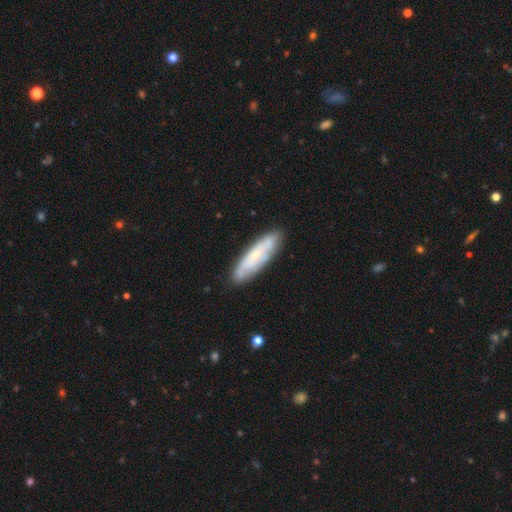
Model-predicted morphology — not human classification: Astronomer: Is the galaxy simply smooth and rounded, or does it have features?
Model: featured or disk — 50% (runner-up: smooth, 44%).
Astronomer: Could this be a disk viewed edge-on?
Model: no — 63%.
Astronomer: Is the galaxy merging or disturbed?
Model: none — 81%.